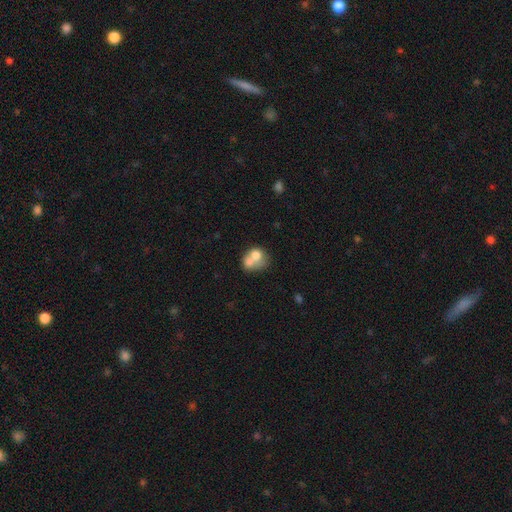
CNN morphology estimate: Smooth or featured: smooth — 67% (featured or disk — 24%)
How rounded: round — 56% (in between — 43%)
Merging: merger — 66% (none — 20%)